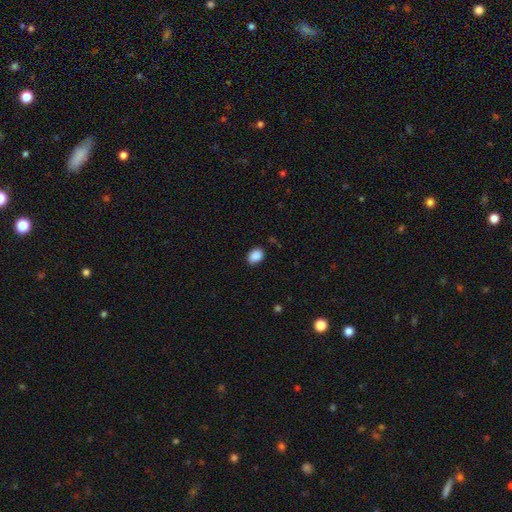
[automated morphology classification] This is clearly a smooth galaxy (89%). How rounded: likely in between (70%). Merging: clearly none (85%).